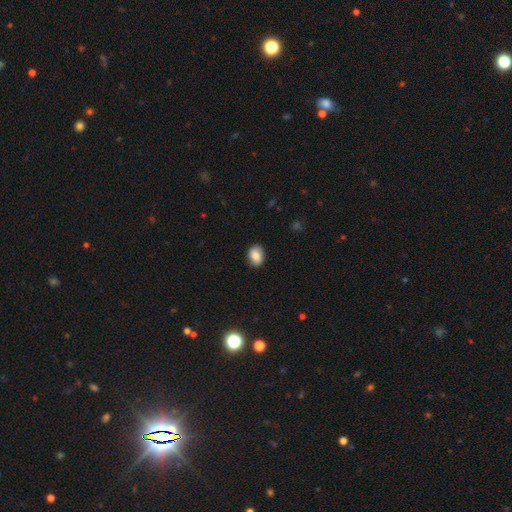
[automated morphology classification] Smooth or featured? smooth (84%)
How rounded? in between (71%)
Merging? none (86%)